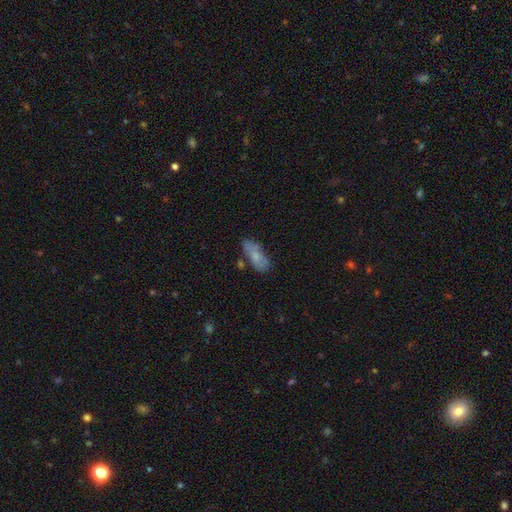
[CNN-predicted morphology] Overall: smooth (70%). How rounded: in between (72%). Merging: none (59%; minor disturbance 25%).